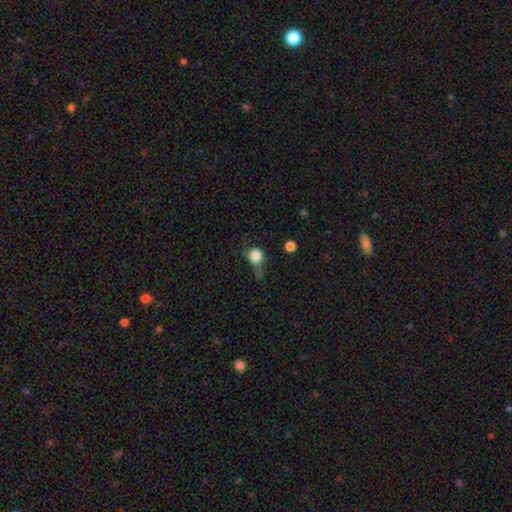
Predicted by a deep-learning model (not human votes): This is likely a smooth galaxy (78%). How rounded: clearly round (86%). Merging: marginally none (40%).